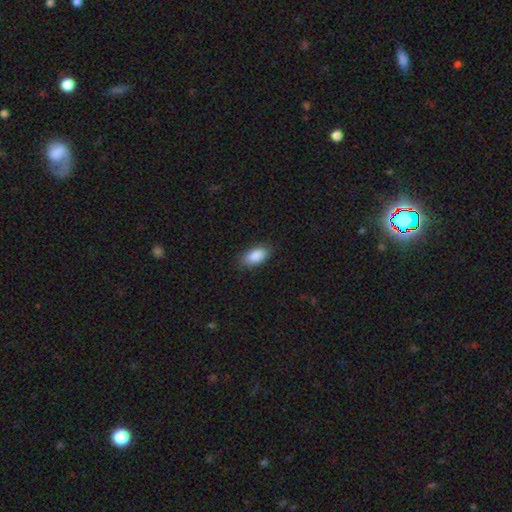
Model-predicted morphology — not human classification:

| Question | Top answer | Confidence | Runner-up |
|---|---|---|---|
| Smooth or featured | smooth | 89% | star or artifact (7%) |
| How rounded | in between | 92% | cigar-shaped (5%) |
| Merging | none | 85% | minor disturbance (11%) |